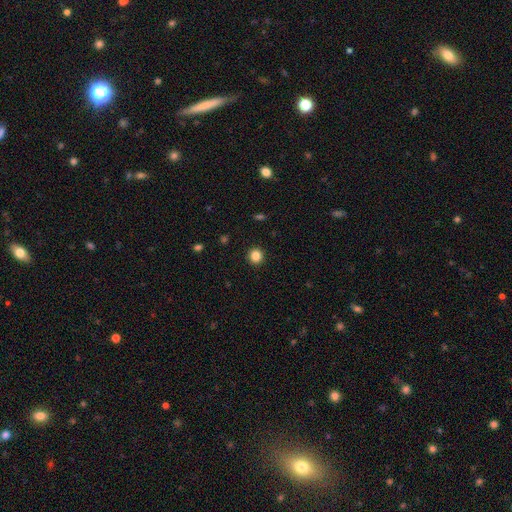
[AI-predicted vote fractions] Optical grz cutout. It shows a smooth galaxy with no disk features (85%) that is round (93%). Merging: none (93%).